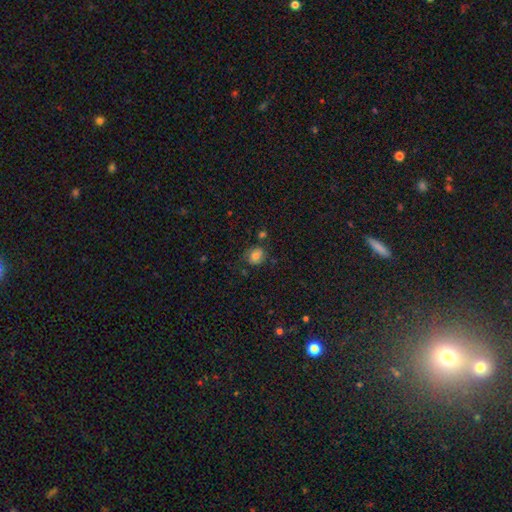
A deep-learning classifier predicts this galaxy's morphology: The model was most divided on "how rounded": round: 70%, in between: 29%, cigar-shaped: 1%. More confident: smooth or featured — smooth (76%); merging — none (71%).